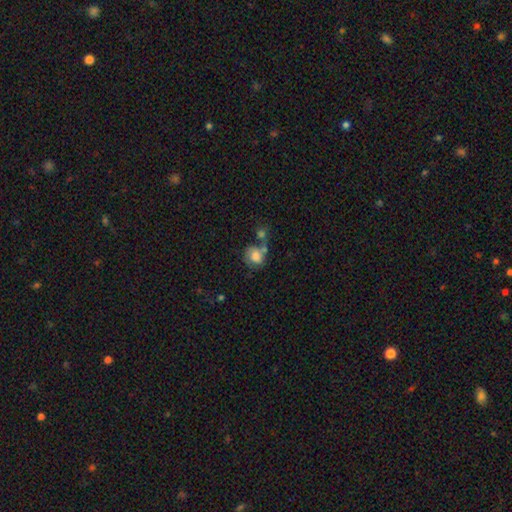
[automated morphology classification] The model was most divided on "merging": merger: 36%, none: 33%, minor disturbance: 18%, major disturbance: 13%. More confident: smooth or featured — smooth (72%); how rounded — round (57%).